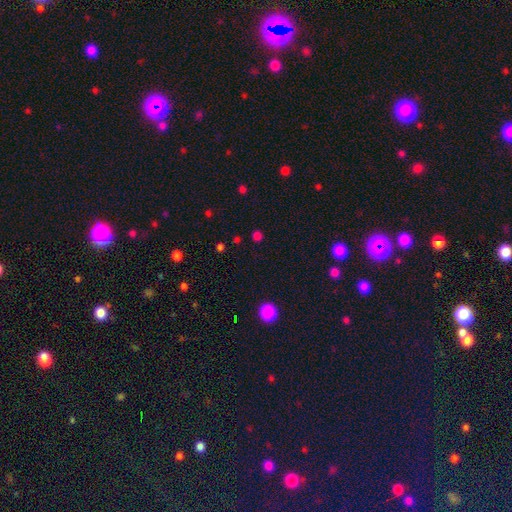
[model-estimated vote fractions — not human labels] Smooth or featured? smooth (62%)
How rounded? round (88%)
Merging? none (87%)